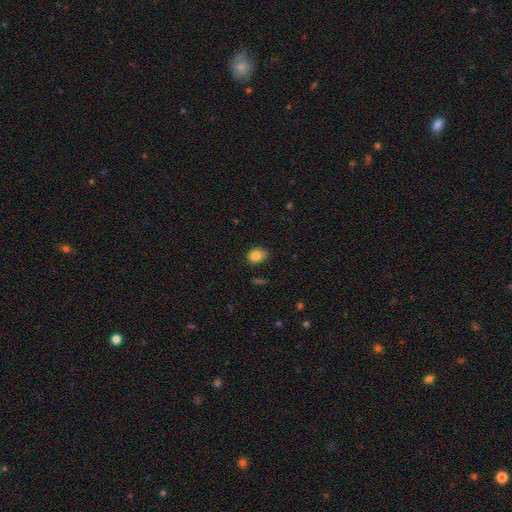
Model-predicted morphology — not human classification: This is clearly a smooth galaxy (83%). How rounded: possibly in between (55%). Merging: likely none (73%).